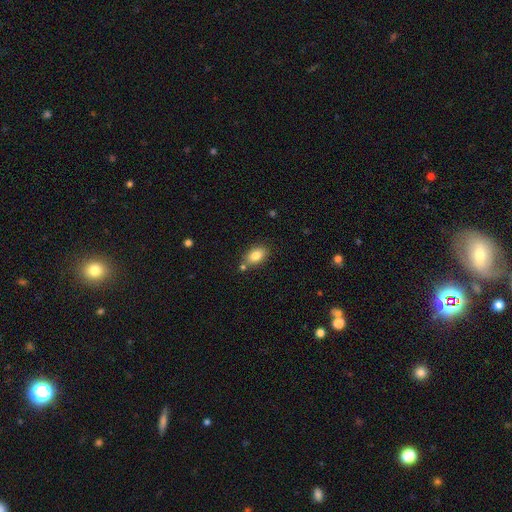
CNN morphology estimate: Smooth or featured: smooth — 84% (star or artifact — 8%)
How rounded: in between — 88% (round — 10%)
Merging: none — 73% (minor disturbance — 14%)